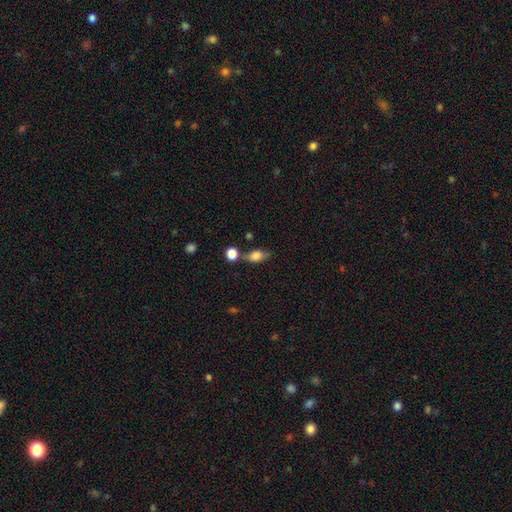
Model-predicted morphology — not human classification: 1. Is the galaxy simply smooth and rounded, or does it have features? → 78% smooth, 13% featured or disk, 10% star or artifact.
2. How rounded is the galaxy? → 77% in between, 17% round, 6% cigar-shaped.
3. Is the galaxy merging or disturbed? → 58% none, 20% minor disturbance, 15% merger, 7% major disturbance.